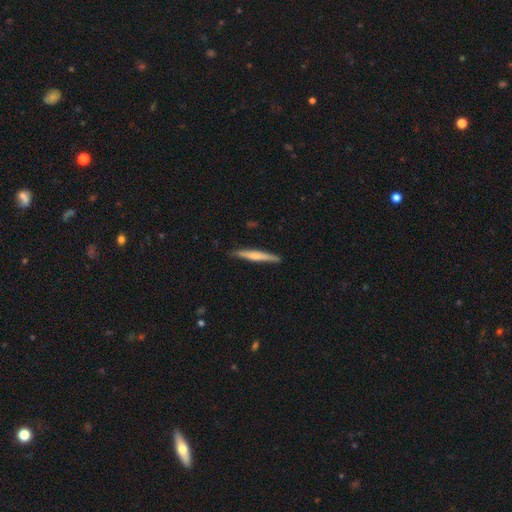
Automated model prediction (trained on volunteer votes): This is possibly a smooth galaxy (54%). How rounded: clearly cigar-shaped (95%). Merging: clearly none (86%).